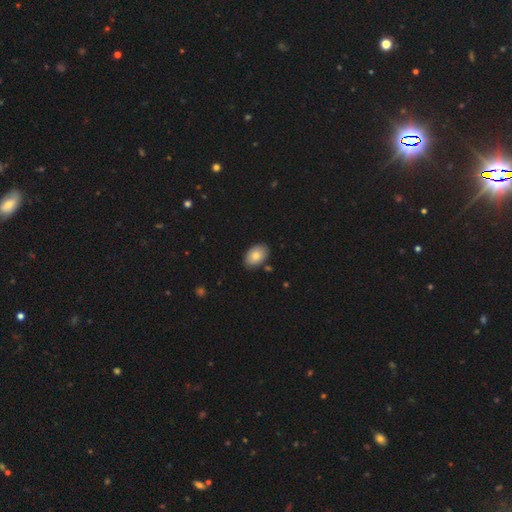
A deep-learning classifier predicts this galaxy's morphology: This appears to be a smooth galaxy with no disk features (80%) that is in between round and cigar-shaped (89%). Merging: none (85%).